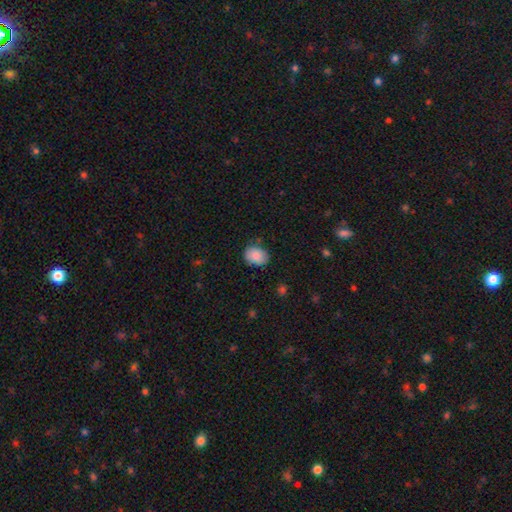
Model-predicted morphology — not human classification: A smooth galaxy with no disk features (88%) that is in between round and cigar-shaped (57%).

Vote fractions:
- Smooth or featured? smooth: 88% / star or artifact: 7% / featured or disk: 5%
- How rounded? in between: 57% / round: 42% / cigar-shaped: 1%
- Merging? none: 79% / minor disturbance: 17% / major disturbance: 3% / merger: 2%